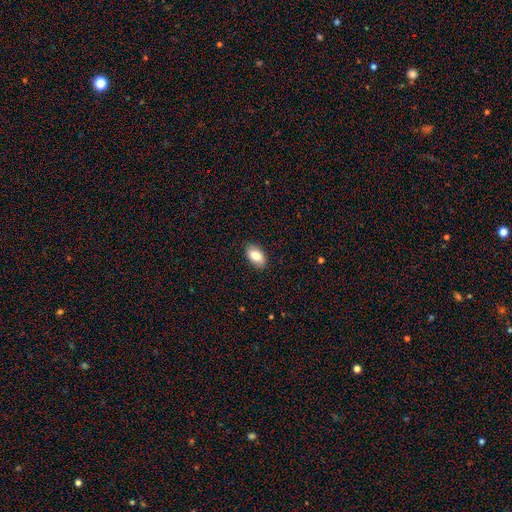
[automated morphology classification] Smooth or featured: smooth — 83% (featured or disk — 10%)
How rounded: in between — 93% (round — 5%)
Merging: none — 85% (minor disturbance — 11%)